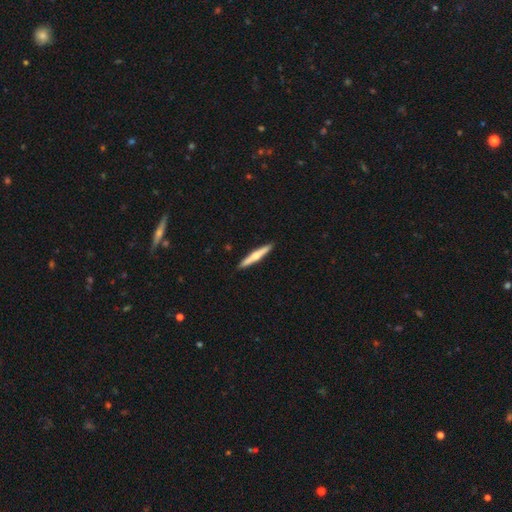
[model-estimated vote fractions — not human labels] smooth_or_featured: featured or disk (p=0.48) [alt: smooth p=0.47]
merging: none (p=0.91) [alt: minor disturbance p=0.06]